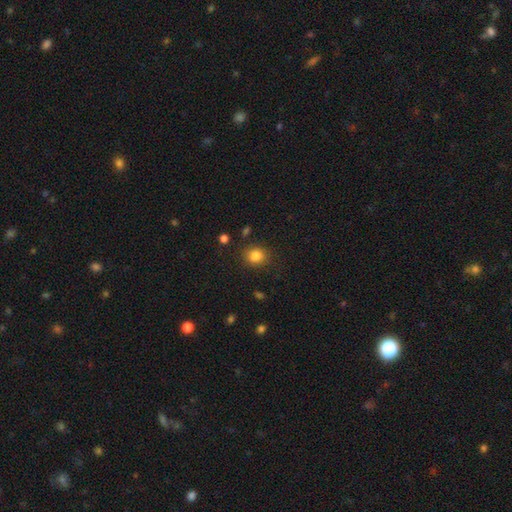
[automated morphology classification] Smooth or featured?
  - smooth: 85% *
  - star or artifact: 11%
  - featured or disk: 5%
How rounded?
  - round: 73% *
  - in between: 27%
  - cigar-shaped: 1%
Merging?
  - none: 83% *
  - minor disturbance: 11%
  - major disturbance: 4%
  - merger: 3%